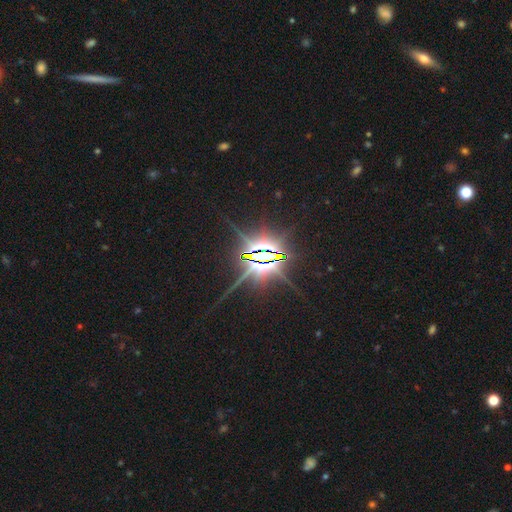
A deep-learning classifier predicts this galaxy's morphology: This appears to be a star or artifact, not a galaxy (84%).